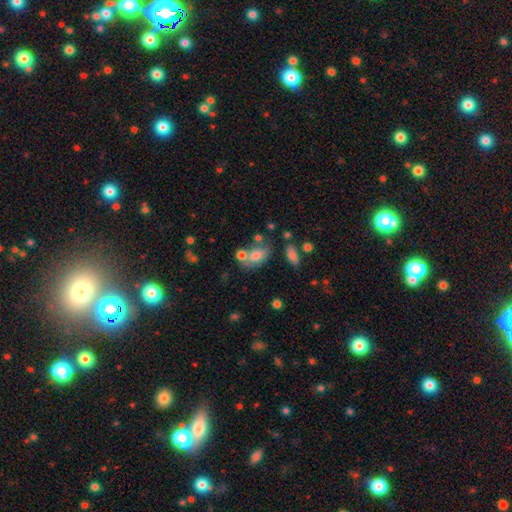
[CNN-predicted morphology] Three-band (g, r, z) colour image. It shows a smooth galaxy with no disk features (75%) that is in between round and cigar-shaped (84%). Merging: none (47%).